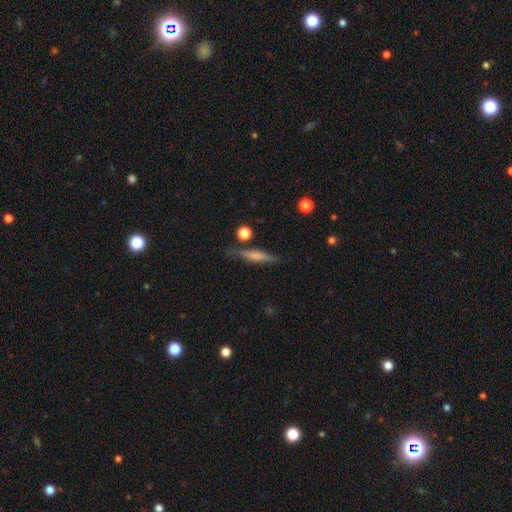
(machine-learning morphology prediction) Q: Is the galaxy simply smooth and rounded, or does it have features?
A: smooth — 52%.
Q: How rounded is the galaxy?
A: cigar-shaped — 83%.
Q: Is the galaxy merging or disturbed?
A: none — 77%.